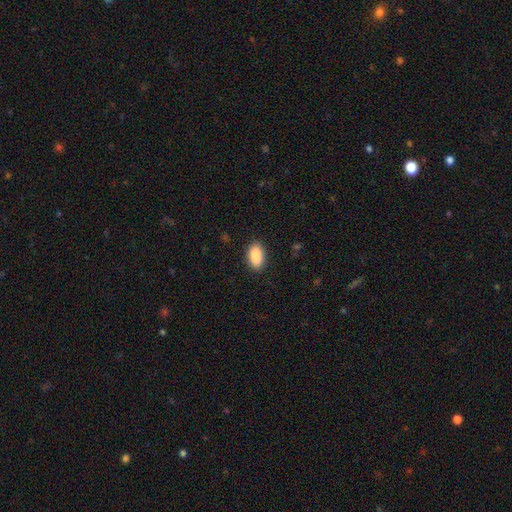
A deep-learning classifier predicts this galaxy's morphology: A smooth galaxy with no disk features (90%) that is in between round and cigar-shaped (93%).

Vote fractions:
- Smooth or featured? smooth: 90% / star or artifact: 6% / featured or disk: 4%
- How rounded? in between: 93% / round: 4% / cigar-shaped: 3%
- Merging? none: 89% / minor disturbance: 8% / major disturbance: 2% / merger: 1%